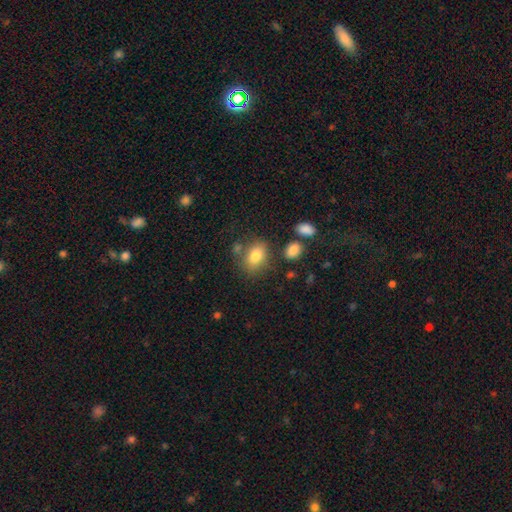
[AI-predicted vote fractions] Smooth or featured? smooth (80%)
How rounded? in between (74%)
Merging? none (70%)